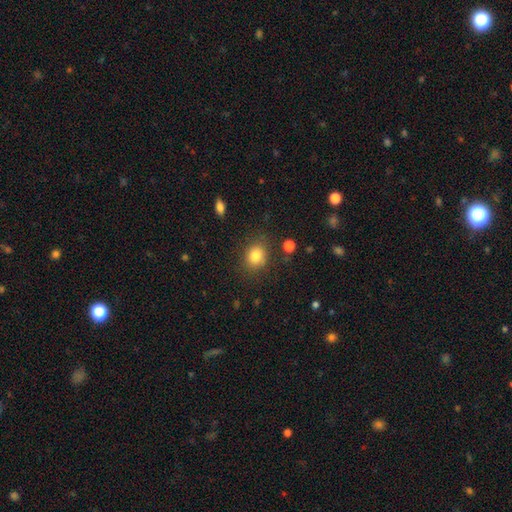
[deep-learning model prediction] A smooth galaxy with no disk features (83%) that is round (62%). Merging: none (81%).